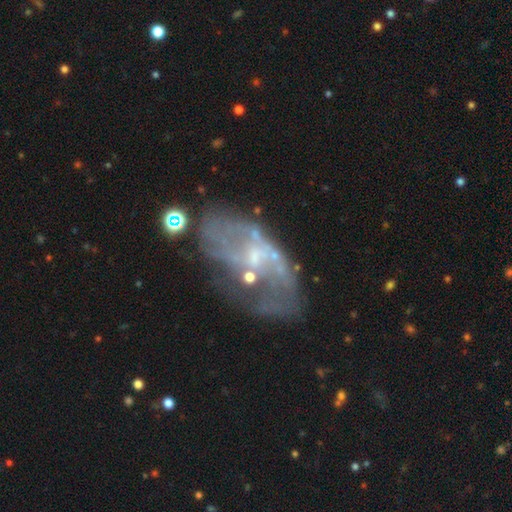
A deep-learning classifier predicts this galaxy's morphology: Smooth or featured? Predicted: featured or disk (p=0.70). Edge-on disk? Predicted: no (p=0.95). Bar? Predicted: no (p=0.66). Spiral arms? Predicted: no (p=0.57). Bulge size? Predicted: small (p=0.49). Merging? Predicted: none (p=0.44).